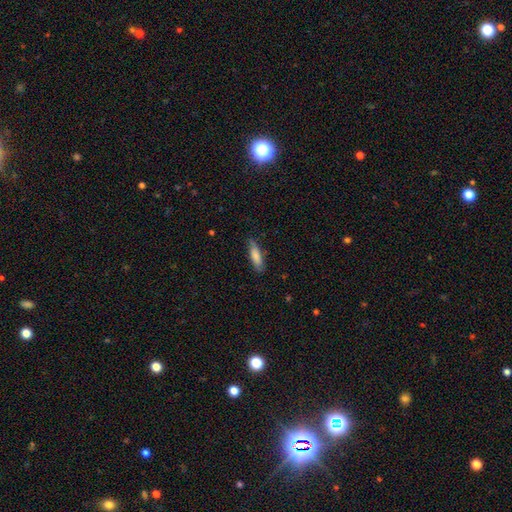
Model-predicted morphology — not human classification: Smooth or featured: smooth — 79% (featured or disk — 15%)
How rounded: cigar-shaped — 60% (in between — 38%)
Merging: none — 78% (minor disturbance — 17%)